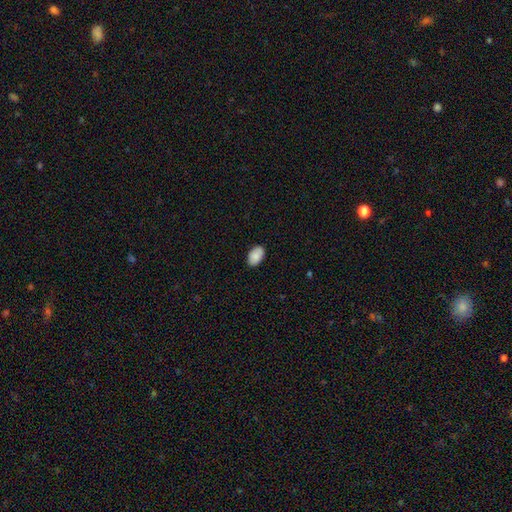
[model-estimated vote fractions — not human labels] Smooth or featured? Predicted: smooth (p=0.87). How rounded? Predicted: in between (p=0.92). Merging? Predicted: none (p=0.86).